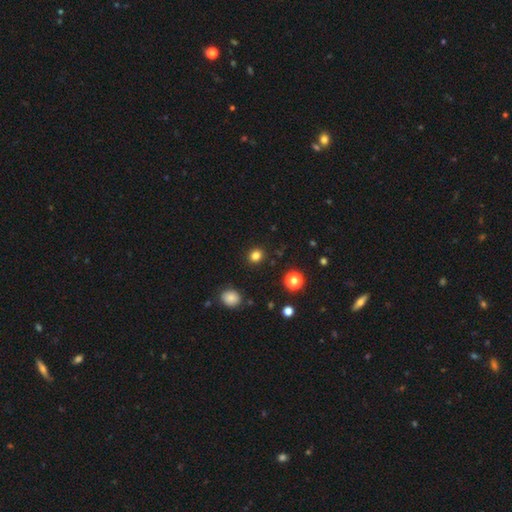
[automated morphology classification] type=smooth (81%); roundness=round (82%); merging=none (90%).